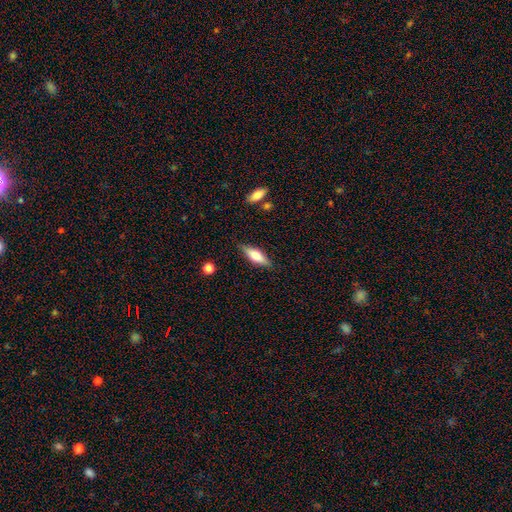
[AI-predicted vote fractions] A smooth galaxy with no disk features (51%) that is in between round and cigar-shaped (49%).

Vote fractions:
- Smooth or featured? smooth: 51% / featured or disk: 42% / star or artifact: 7%
- How rounded? in between: 49% / cigar-shaped: 48% / round: 2%
- Merging? none: 85% / minor disturbance: 11% / major disturbance: 3% / merger: 2%